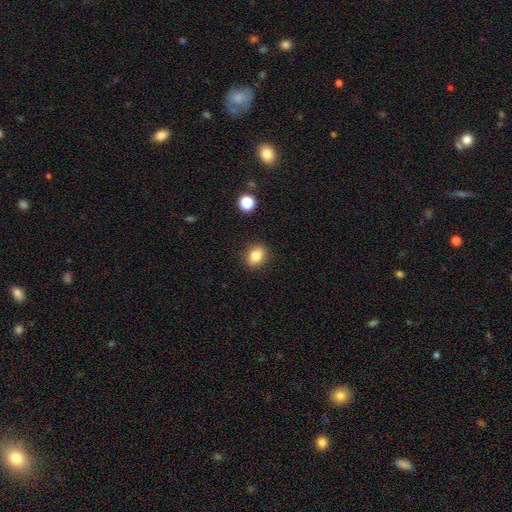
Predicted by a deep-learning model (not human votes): This appears to be a smooth galaxy with no disk features (82%) that is round (51%). Merging: none (86%).